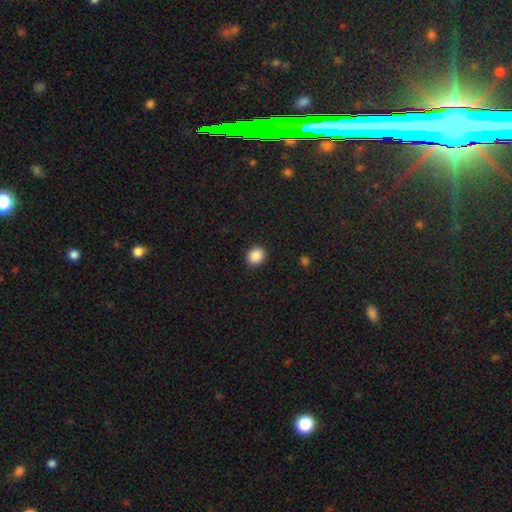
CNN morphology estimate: Smooth or featured? smooth (89%)
How rounded? round (70%)
Merging? none (90%)